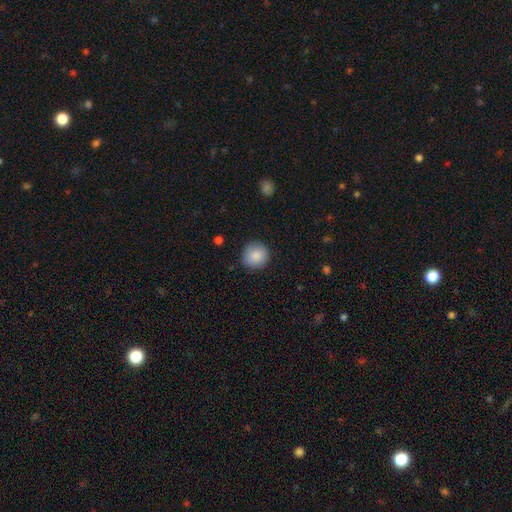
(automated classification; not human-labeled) Q: Smooth or featured?
A: smooth (87%); runner-up: star or artifact (8%)
Q: How rounded?
A: round (92%); runner-up: in between (7%)
Q: Merging?
A: none (88%); runner-up: minor disturbance (9%)